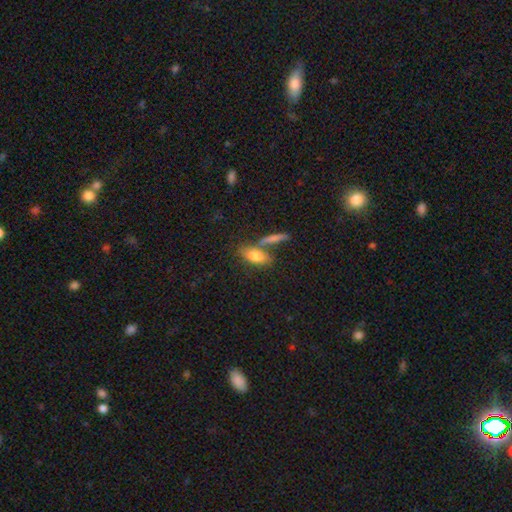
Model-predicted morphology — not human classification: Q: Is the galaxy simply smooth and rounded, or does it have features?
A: smooth — 73%.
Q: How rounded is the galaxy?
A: in between — 76%.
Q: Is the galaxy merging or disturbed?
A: none — 50%.